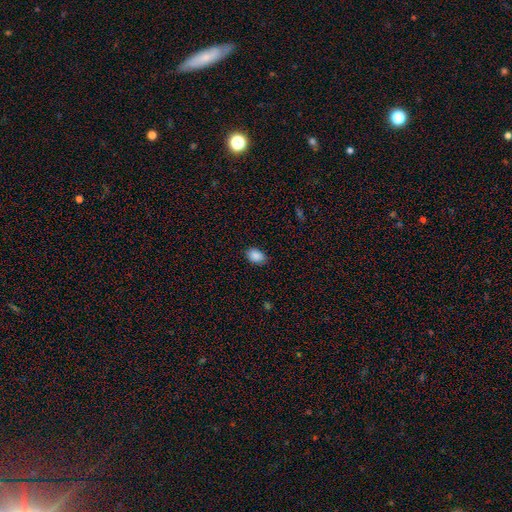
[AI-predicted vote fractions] A smooth galaxy with no disk features (88%) that is in between round and cigar-shaped (79%). Merging: none (84%).